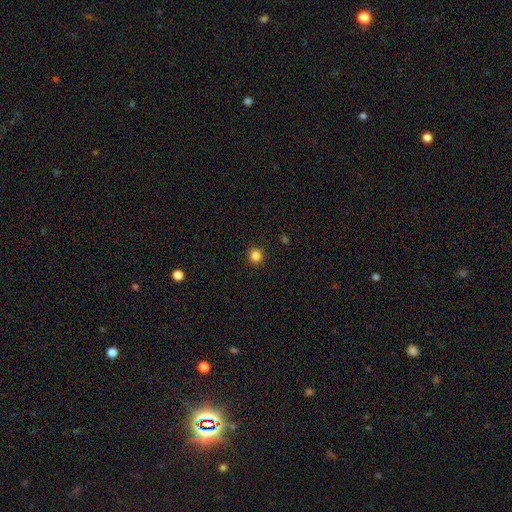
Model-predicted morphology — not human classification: Smooth or featured? smooth (84%)
How rounded? round (94%)
Merging? none (93%)